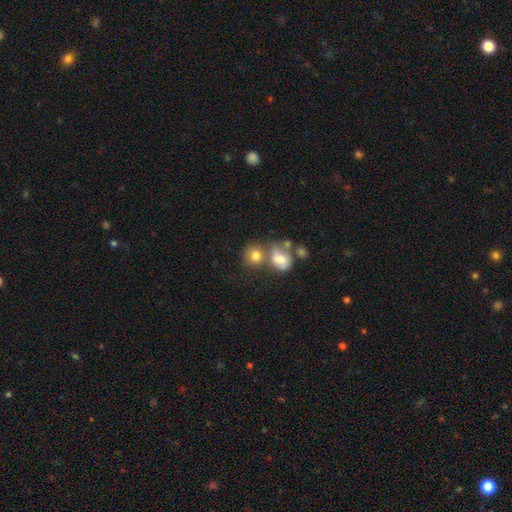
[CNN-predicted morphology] smooth_or_featured: smooth (p=0.77) [alt: featured or disk p=0.12]
how_rounded: round (p=0.73) [alt: in between p=0.26]
merging: none (p=0.43) [alt: merger p=0.40]